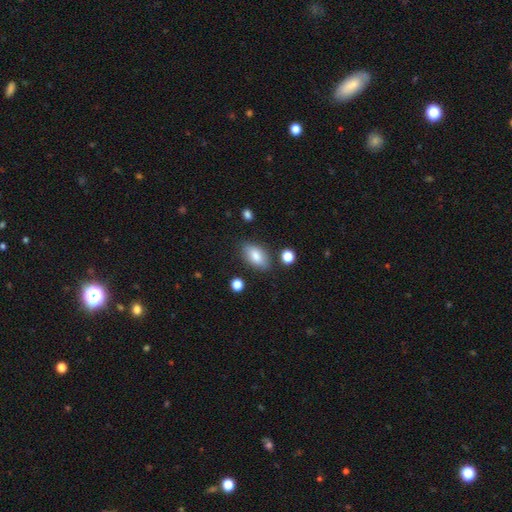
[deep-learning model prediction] Smooth or featured? Predicted: smooth (p=0.79). How rounded? Predicted: in between (p=0.89). Merging? Predicted: none (p=0.81).